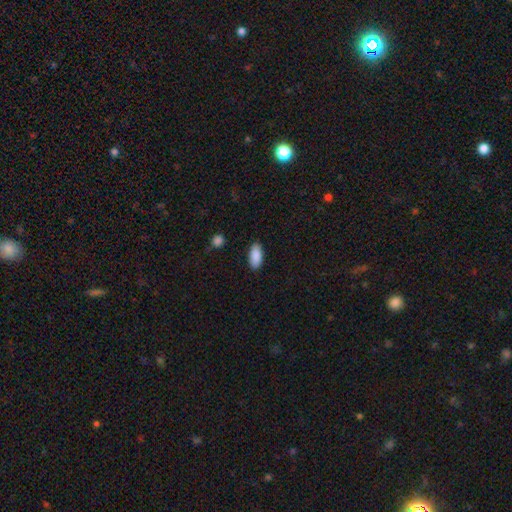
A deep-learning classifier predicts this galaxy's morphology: Smooth or featured? Predicted: smooth (p=0.90). How rounded? Predicted: in between (p=0.90). Merging? Predicted: none (p=0.87).